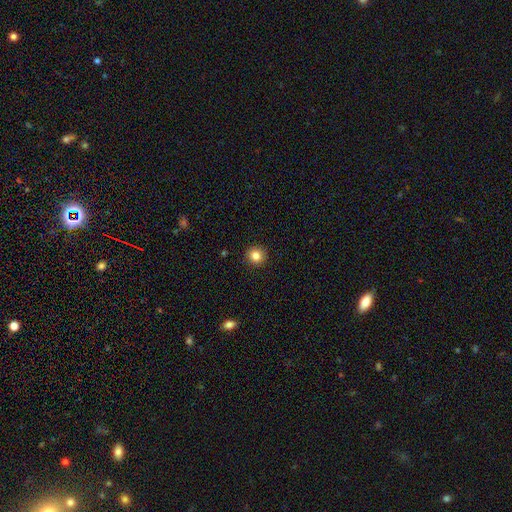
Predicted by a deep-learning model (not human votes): smooth_or_featured: smooth (p=0.84) [alt: star or artifact p=0.11]
how_rounded: round (p=0.94) [alt: in between p=0.05]
merging: none (p=0.93) [alt: minor disturbance p=0.05]